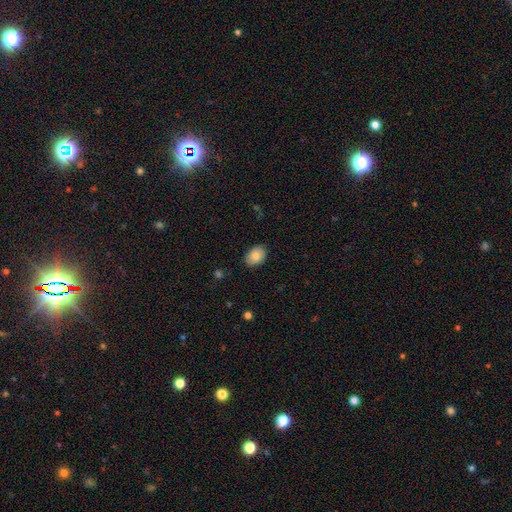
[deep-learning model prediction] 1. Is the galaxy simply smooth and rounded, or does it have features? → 83% smooth, 9% featured or disk, 7% star or artifact.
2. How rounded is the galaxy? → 80% in between, 19% round, 1% cigar-shaped.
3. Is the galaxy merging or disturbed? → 84% none, 13% minor disturbance, 2% major disturbance, 1% merger.